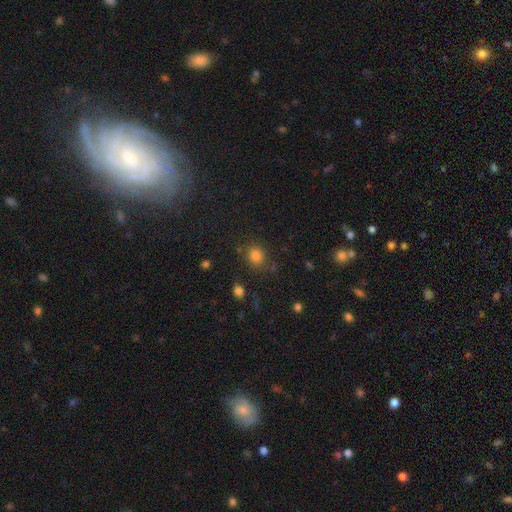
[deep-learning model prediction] Smooth or featured? Predicted: smooth (p=0.80). How rounded? Predicted: round (p=0.76). Merging? Predicted: none (p=0.76).